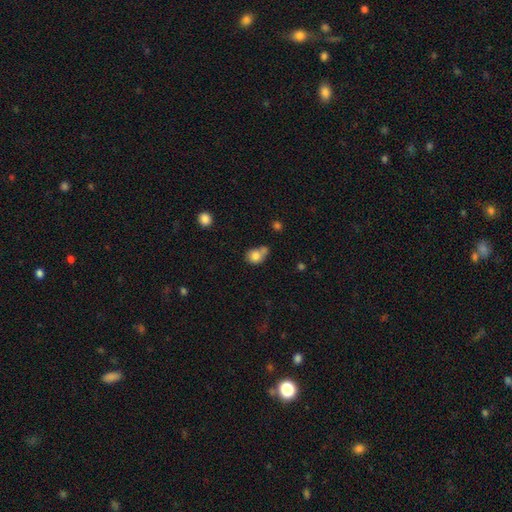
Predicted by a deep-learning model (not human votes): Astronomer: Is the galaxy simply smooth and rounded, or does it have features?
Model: smooth — 80%.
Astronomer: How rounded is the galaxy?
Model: round — 59% (runner-up: in between, 40%).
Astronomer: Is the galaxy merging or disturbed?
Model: none — 37% (runner-up: merger, 34%).